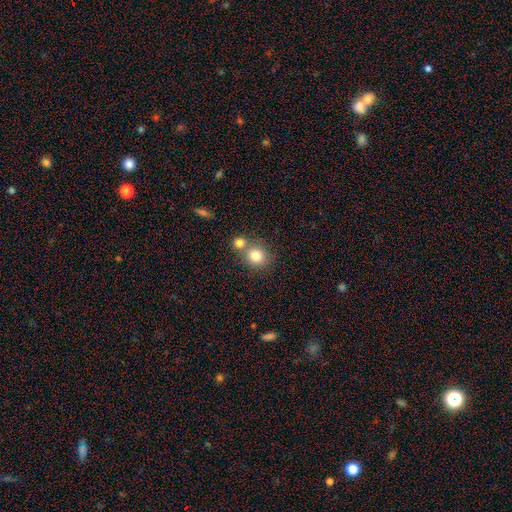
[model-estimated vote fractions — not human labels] Smooth or featured: smooth — 80% (star or artifact — 11%)
How rounded: round — 82% (in between — 17%)
Merging: none — 52% (merger — 37%)